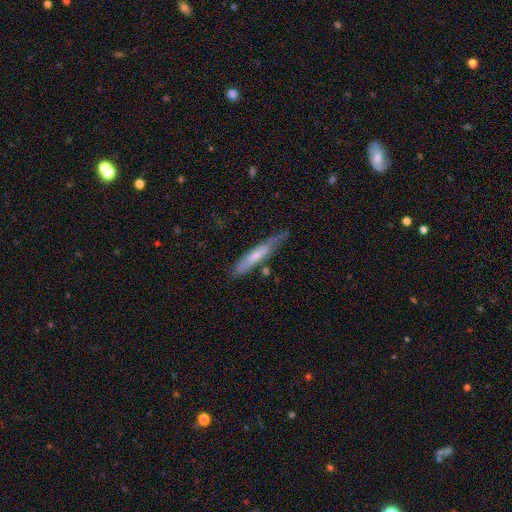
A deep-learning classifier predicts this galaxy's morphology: smooth 54%, featured or disk 41%, star or artifact 6%. Down the decision tree: how rounded — cigar-shaped (90%); merging — none (66%).